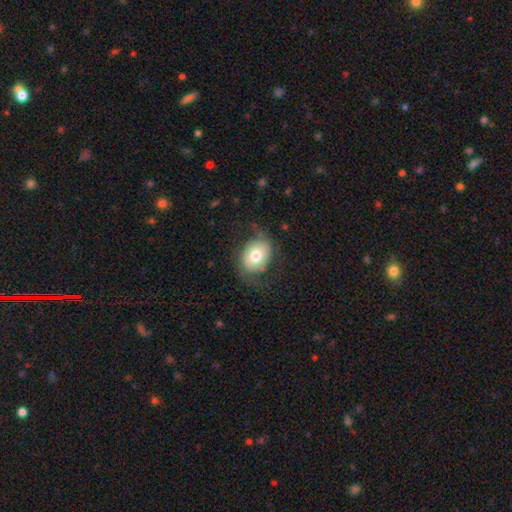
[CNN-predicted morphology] Smooth or featured: smooth — 67% (featured or disk — 25%)
How rounded: round — 50% (in between — 49%)
Merging: none — 65% (minor disturbance — 21%)